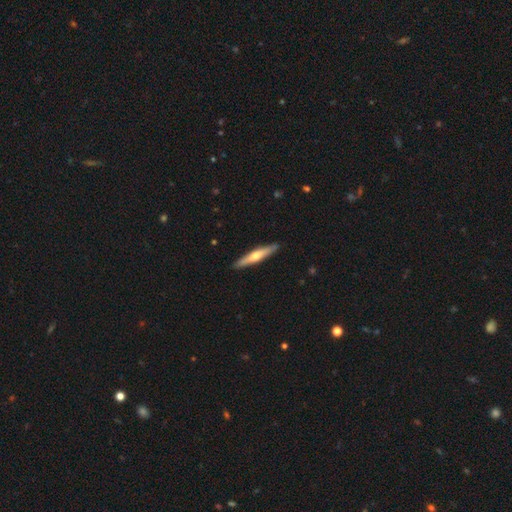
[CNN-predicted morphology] Overall: featured or disk (53%; smooth 42%). Edge-on disk: yes (94%). Edge-on bulge: rounded (87%). Merging: none (91%).